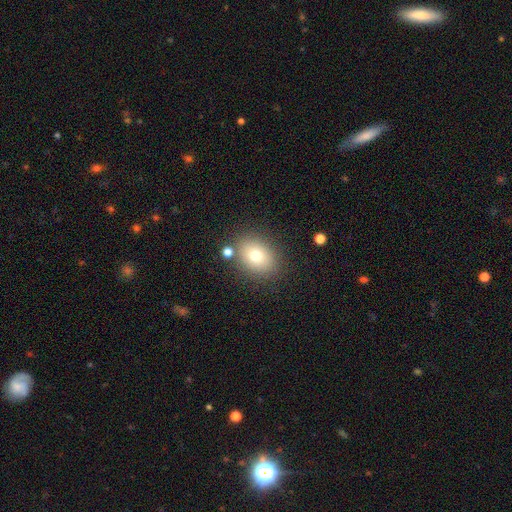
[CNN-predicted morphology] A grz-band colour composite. It shows a smooth galaxy with no disk features (74%) that is in between round and cigar-shaped (58%). Merging: none (81%).